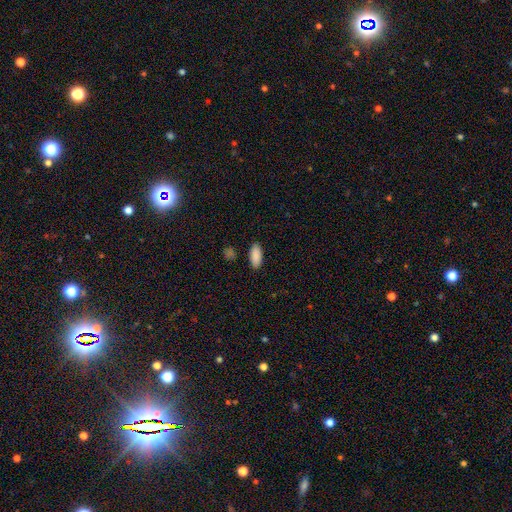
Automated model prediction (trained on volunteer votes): Overall: smooth (90%). How rounded: in between (86%). Merging: none (88%).